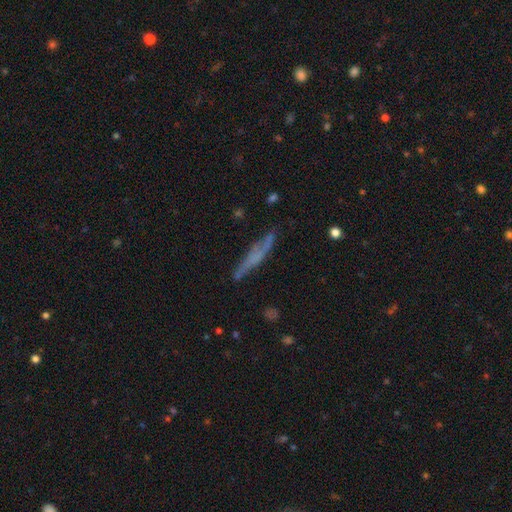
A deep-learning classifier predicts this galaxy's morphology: Smooth or featured?
  - featured or disk: 49% *
  - smooth: 41%
  - star or artifact: 10%
Merging?
  - none: 73% *
  - minor disturbance: 19%
  - major disturbance: 6%
  - merger: 3%